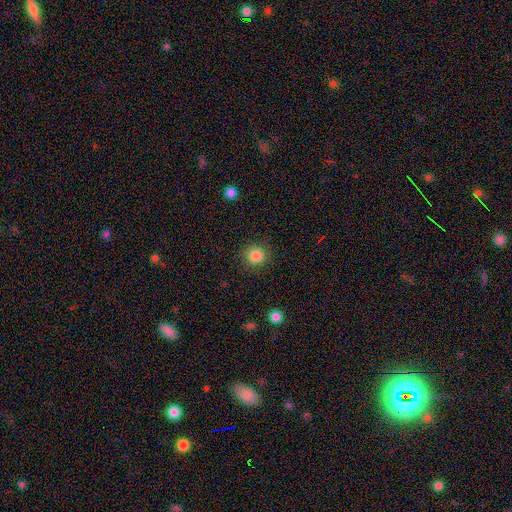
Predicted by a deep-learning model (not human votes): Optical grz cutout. It shows a smooth galaxy with no disk features (85%) that is round (93%). Merging: none (89%).